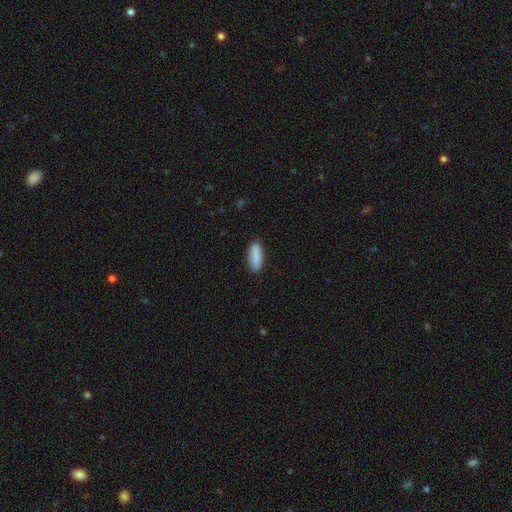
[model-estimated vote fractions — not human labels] Smooth or featured? Predicted: smooth (p=0.88). How rounded? Predicted: in between (p=0.60). Merging? Predicted: none (p=0.87).